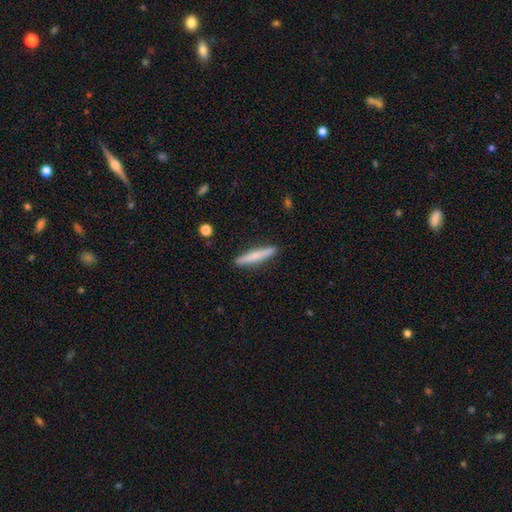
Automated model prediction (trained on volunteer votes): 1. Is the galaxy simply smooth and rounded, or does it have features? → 66% smooth, 29% featured or disk, 6% star or artifact.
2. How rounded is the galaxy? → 94% cigar-shaped, 5% in between, 1% round.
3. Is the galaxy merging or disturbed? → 91% none, 6% minor disturbance, 1% major disturbance, 1% merger.